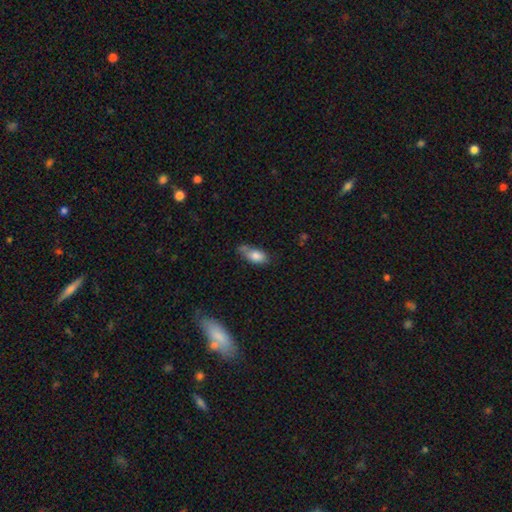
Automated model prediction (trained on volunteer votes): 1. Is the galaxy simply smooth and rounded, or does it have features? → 80% smooth, 12% featured or disk, 8% star or artifact.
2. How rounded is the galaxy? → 86% in between, 8% cigar-shaped, 6% round.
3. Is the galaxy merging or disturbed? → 47% none, 31% minor disturbance, 12% merger, 9% major disturbance.